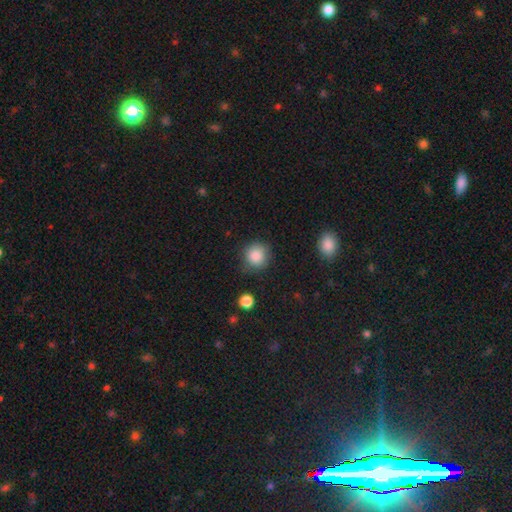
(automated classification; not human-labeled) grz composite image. It shows a smooth galaxy with no disk features (87%) that is round (90%). Merging: none (80%).